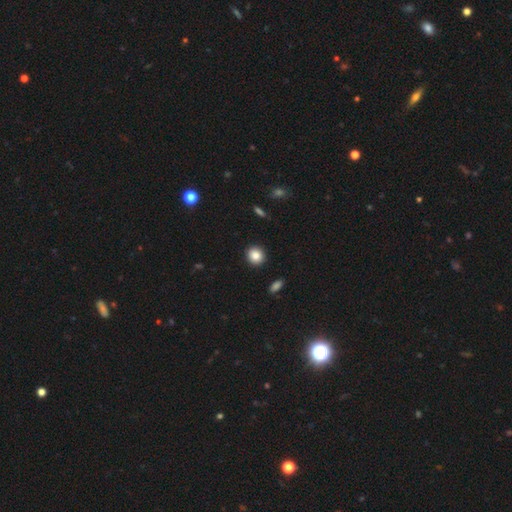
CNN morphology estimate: Overall: smooth (85%). How rounded: round (86%). Merging: none (92%).